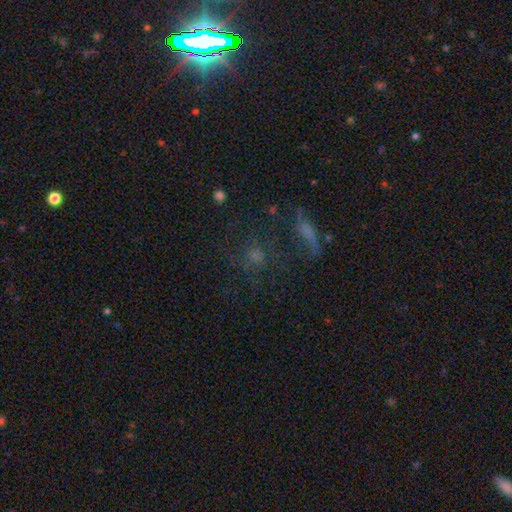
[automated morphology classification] type=smooth (44%); merging=none (61%).